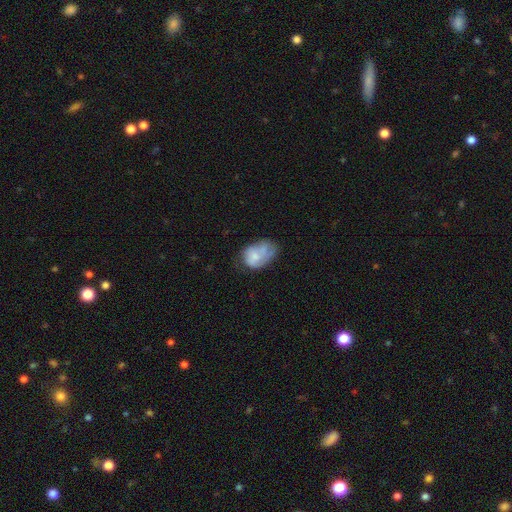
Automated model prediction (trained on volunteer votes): smooth_or_featured: smooth (p=0.58) [alt: featured or disk p=0.34]
how_rounded: in between (p=0.80) [alt: round p=0.19]
merging: none (p=0.36) [alt: minor disturbance p=0.35]